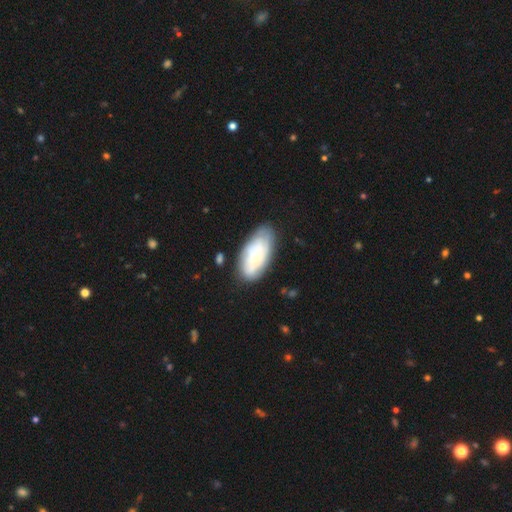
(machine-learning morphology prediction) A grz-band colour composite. It shows a smooth galaxy with no disk features (47%). Merging: none (71%).